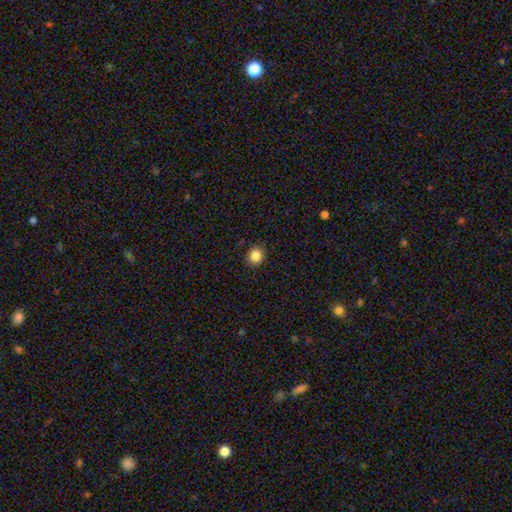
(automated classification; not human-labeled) A smooth galaxy with no disk features (86%) that is round (83%). Merging: none (88%).